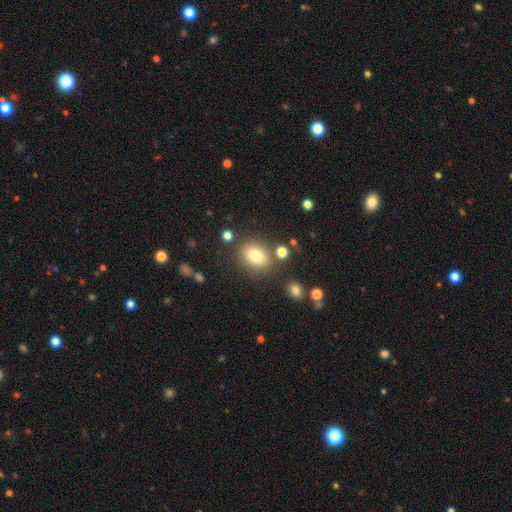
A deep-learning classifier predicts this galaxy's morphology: Smooth or featured?
  - smooth: 79% *
  - star or artifact: 12%
  - featured or disk: 10%
How rounded?
  - in between: 50% *
  - round: 49%
  - cigar-shaped: 1%
Merging?
  - none: 78% *
  - minor disturbance: 11%
  - merger: 7%
  - major disturbance: 4%